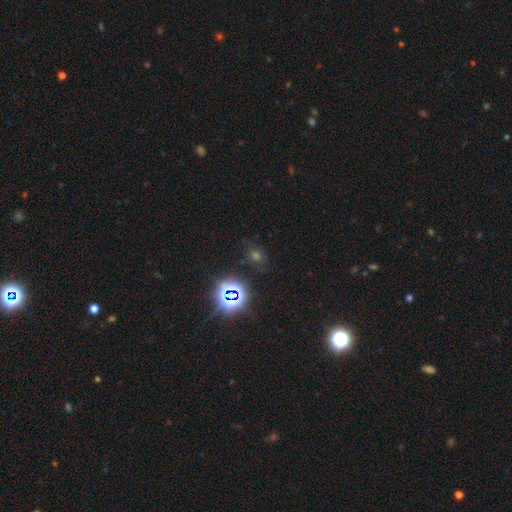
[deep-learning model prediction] Smooth or featured: star or artifact — 55% (smooth — 34%)